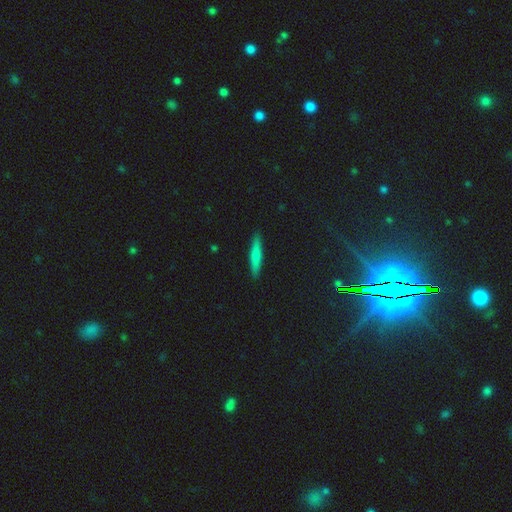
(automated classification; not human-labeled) The model was most divided on "smooth or featured": smooth: 71%, featured or disk: 21%, star or artifact: 8%. More confident: merging — none (90%); how rounded — cigar-shaped (89%).